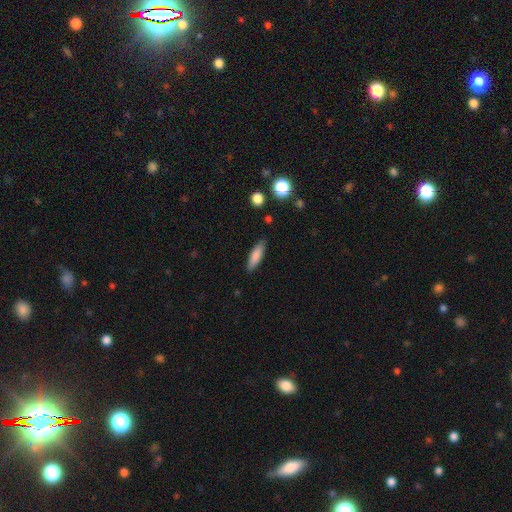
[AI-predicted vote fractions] A smooth galaxy with no disk features (82%) that is cigar-shaped (58%).

Vote fractions:
- Smooth or featured? smooth: 82% / featured or disk: 12% / star or artifact: 7%
- How rounded? cigar-shaped: 58% / in between: 40% / round: 2%
- Merging? none: 85% / minor disturbance: 12% / major disturbance: 2% / merger: 1%